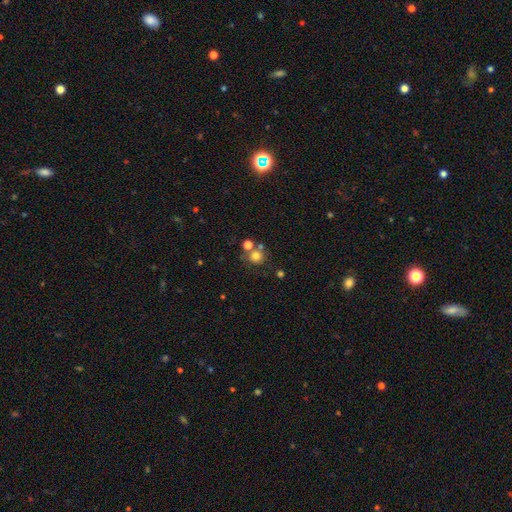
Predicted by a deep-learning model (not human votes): Q: Smooth or featured?
A: smooth (75%); runner-up: star or artifact (15%)
Q: How rounded?
A: round (87%); runner-up: in between (12%)
Q: Merging?
A: none (61%); runner-up: merger (24%)